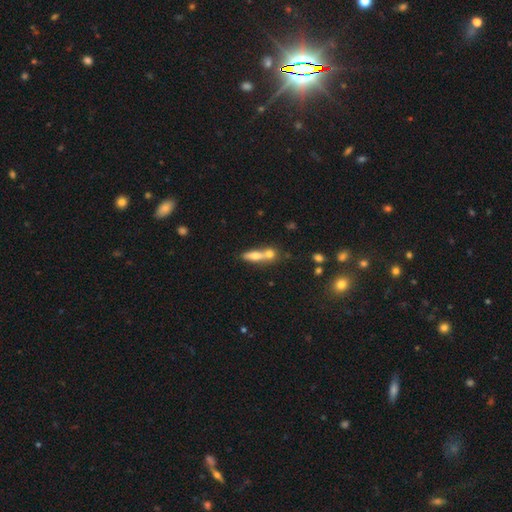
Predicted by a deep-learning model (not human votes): This is likely a smooth galaxy (61%). How rounded: possibly cigar-shaped (50%). Merging: possibly merger (52%).